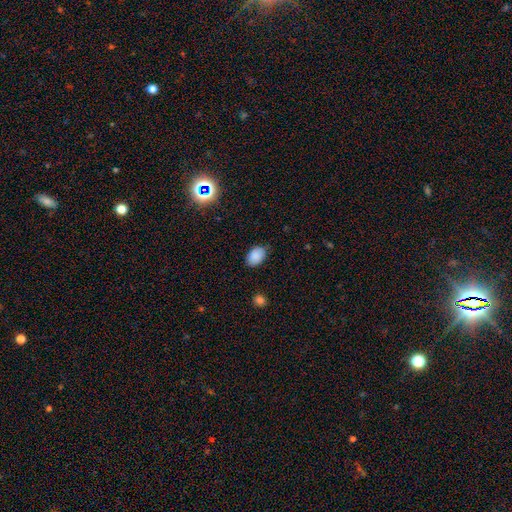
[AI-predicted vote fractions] Smooth or featured?
  - smooth: 87% *
  - star or artifact: 9%
  - featured or disk: 4%
How rounded?
  - in between: 85% *
  - round: 14%
  - cigar-shaped: 1%
Merging?
  - none: 78% *
  - minor disturbance: 18%
  - major disturbance: 3%
  - merger: 1%